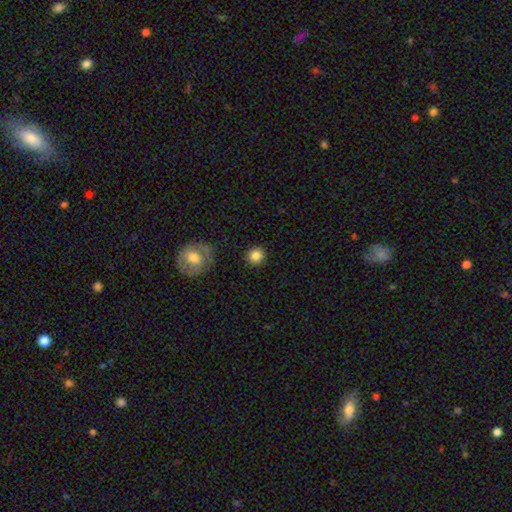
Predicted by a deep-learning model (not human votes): Smooth or featured? Predicted: smooth (p=0.84). How rounded? Predicted: round (p=0.91). Merging? Predicted: none (p=0.91).